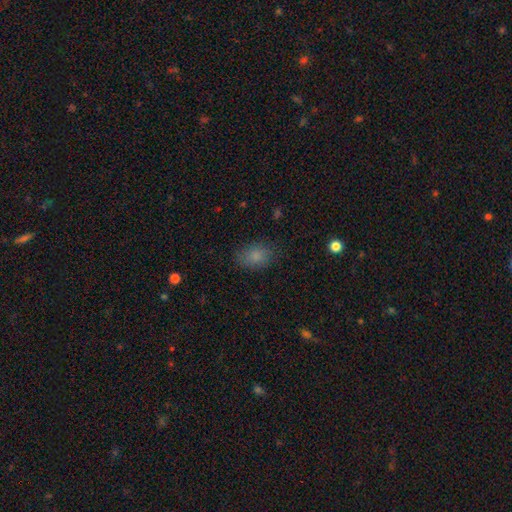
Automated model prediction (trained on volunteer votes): A smooth galaxy with no disk features (83%) that is in between round and cigar-shaped (77%). Merging: none (80%).